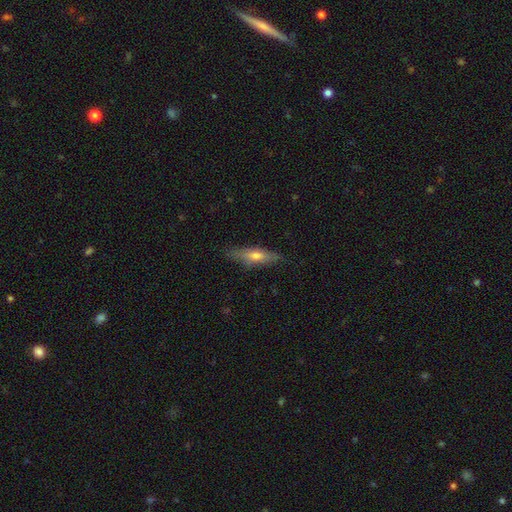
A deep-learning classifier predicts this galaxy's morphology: This appears to be a smooth galaxy with no disk features (54%) that is cigar-shaped (69%). Merging: none (81%).